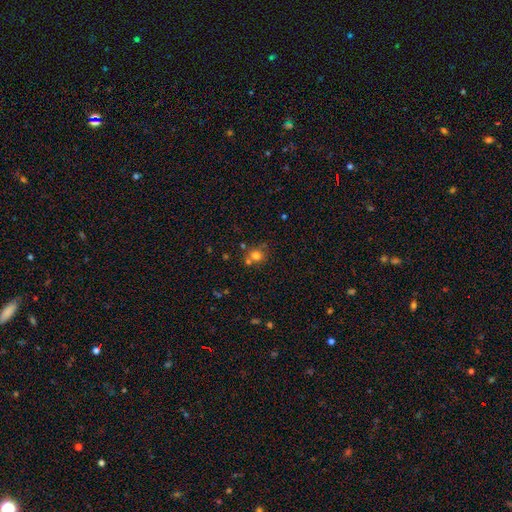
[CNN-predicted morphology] Smooth or featured? Predicted: smooth (p=0.73). How rounded? Predicted: round (p=0.84). Merging? Predicted: none (p=0.59).